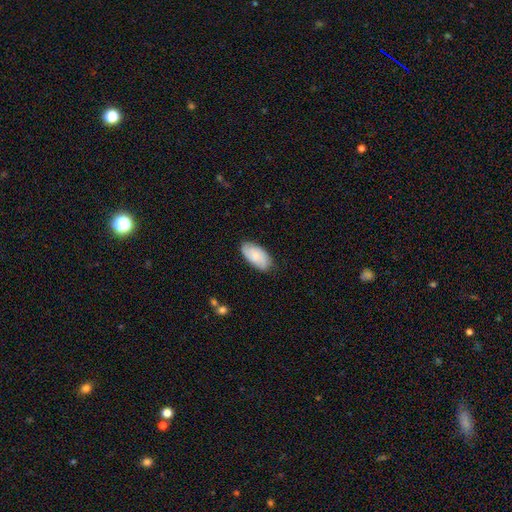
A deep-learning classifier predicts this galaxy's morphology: A smooth galaxy with no disk features (66%) that is in between round and cigar-shaped (94%).

Vote fractions:
- Smooth or featured? smooth: 66% / featured or disk: 28% / star or artifact: 6%
- How rounded? in between: 94% / cigar-shaped: 3% / round: 3%
- Merging? none: 79% / minor disturbance: 17% / major disturbance: 3% / merger: 1%